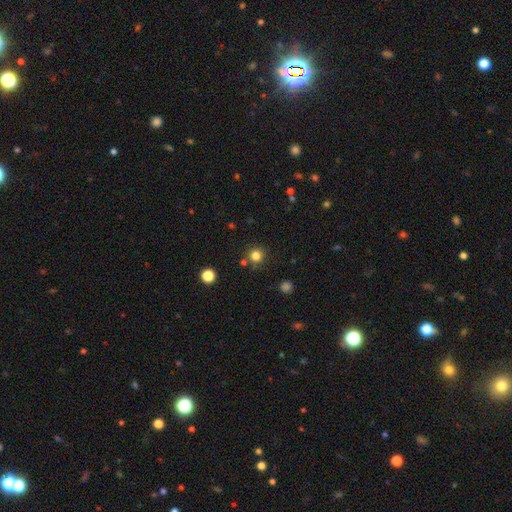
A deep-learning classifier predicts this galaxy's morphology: The model was most divided on "smooth or featured": smooth: 80%, star or artifact: 15%, featured or disk: 5%. More confident: how rounded — round (94%); merging — none (84%).